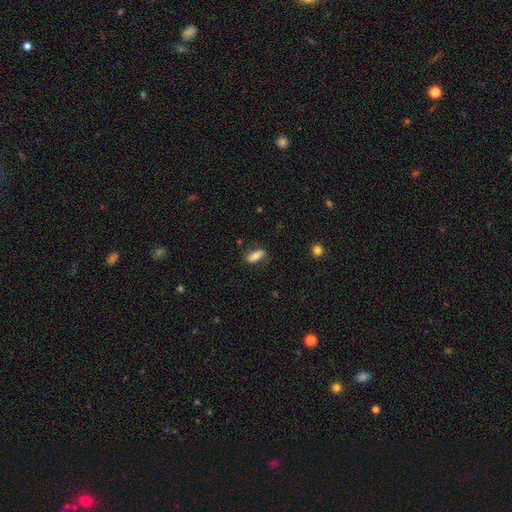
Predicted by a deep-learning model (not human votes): smooth 74%, featured or disk 19%, star or artifact 7%. Down the decision tree: how rounded — in between (81%); merging — none (80%).